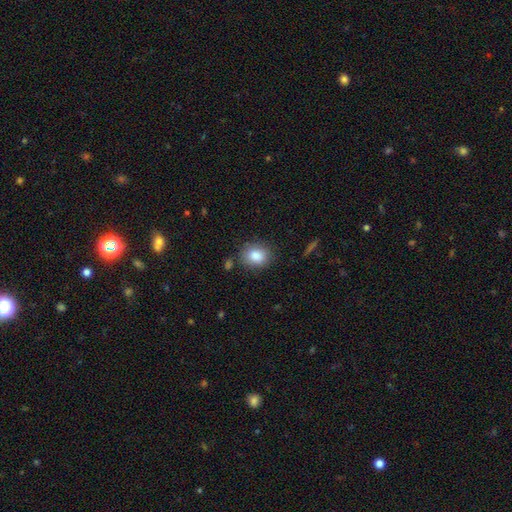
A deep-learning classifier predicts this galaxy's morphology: This is clearly a smooth galaxy (86%). How rounded: likely round (61%). Merging: clearly none (82%).